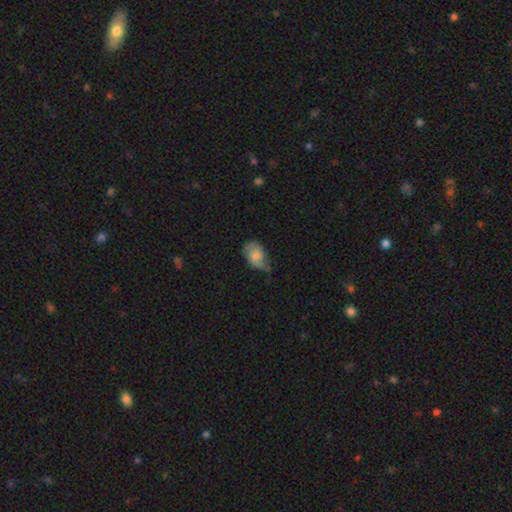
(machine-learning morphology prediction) This is likely a smooth galaxy (64%). How rounded: clearly in between (85%). Merging: marginally minor disturbance (42%).